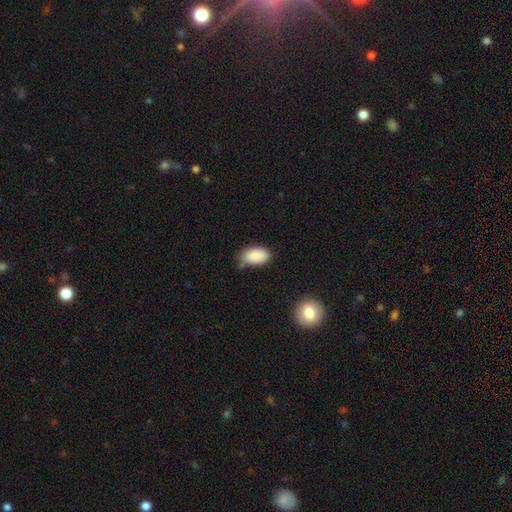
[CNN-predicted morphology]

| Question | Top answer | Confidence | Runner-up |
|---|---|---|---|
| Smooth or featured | smooth | 88% | star or artifact (7%) |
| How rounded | in between | 94% | round (5%) |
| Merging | none | 62% | minor disturbance (28%) |